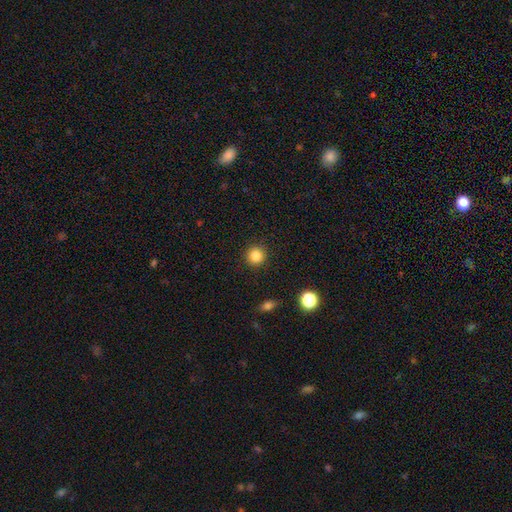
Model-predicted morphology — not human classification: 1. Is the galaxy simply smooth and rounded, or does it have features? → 84% smooth, 11% star or artifact, 5% featured or disk.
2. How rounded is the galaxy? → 94% round, 6% in between, 1% cigar-shaped.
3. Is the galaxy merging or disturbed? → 92% none, 5% minor disturbance, 2% major disturbance, 1% merger.